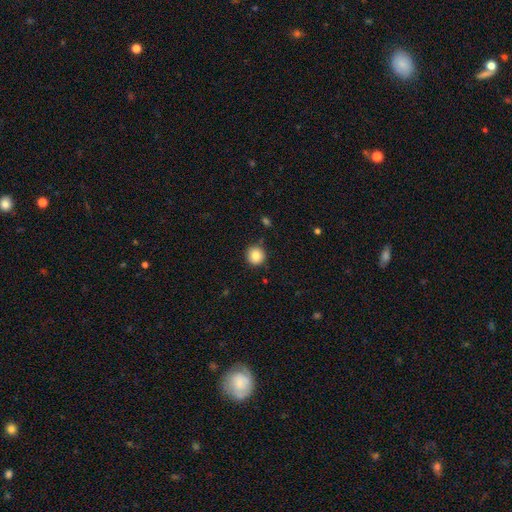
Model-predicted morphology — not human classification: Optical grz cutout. It shows a smooth galaxy with no disk features (85%) that is round (94%). Merging: none (88%).